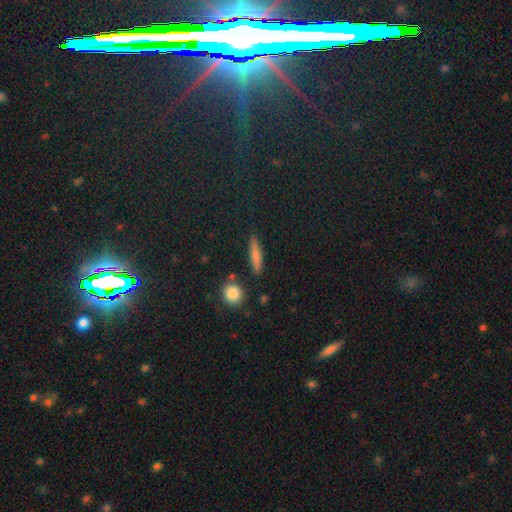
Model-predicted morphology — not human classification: Q: Smooth or featured?
A: smooth (74%); runner-up: featured or disk (18%)
Q: How rounded?
A: cigar-shaped (81%); runner-up: in between (14%)
Q: Merging?
A: none (86%); runner-up: minor disturbance (9%)